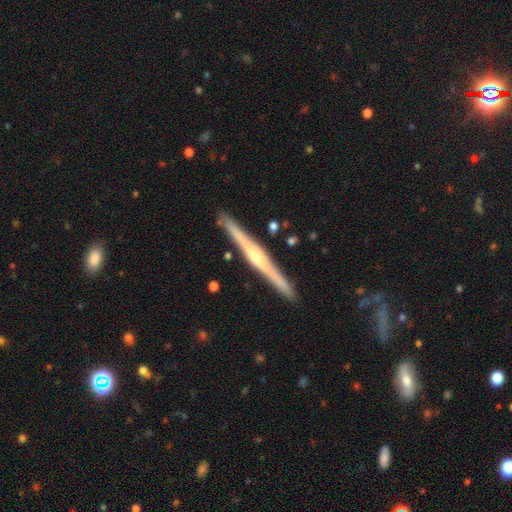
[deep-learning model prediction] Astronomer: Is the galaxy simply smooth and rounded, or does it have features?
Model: featured or disk — 79%.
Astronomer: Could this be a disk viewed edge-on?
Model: yes — 98%.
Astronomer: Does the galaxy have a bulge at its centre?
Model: rounded — 80%.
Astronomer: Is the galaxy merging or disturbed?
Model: none — 89%.